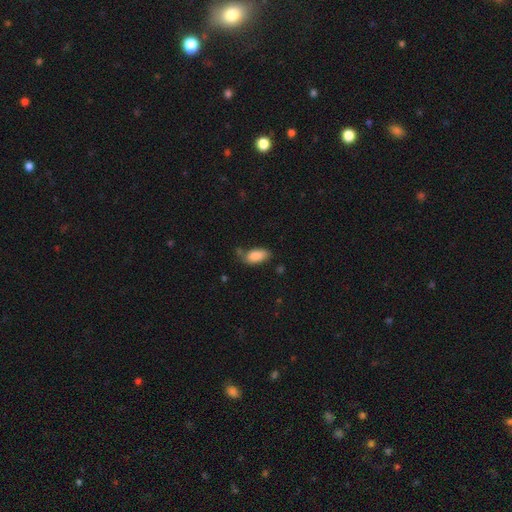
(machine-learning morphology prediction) smooth_or_featured: smooth (p=0.86) [alt: star or artifact p=0.07]
how_rounded: in between (p=0.91) [alt: cigar-shaped p=0.07]
merging: none (p=0.65) [alt: minor disturbance p=0.23]